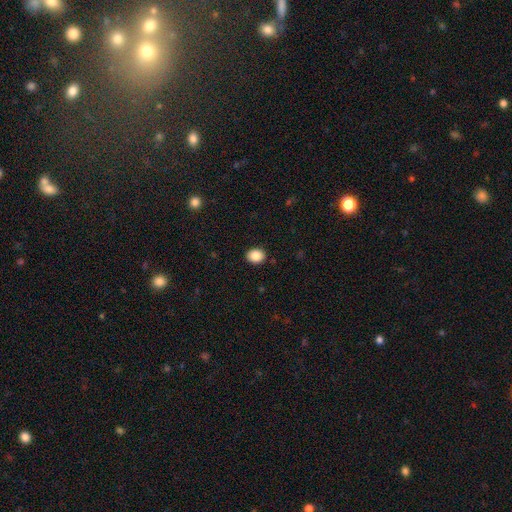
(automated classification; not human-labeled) Smooth or featured?
  - smooth: 88% *
  - star or artifact: 9%
  - featured or disk: 4%
How rounded?
  - round: 51% *
  - in between: 48%
  - cigar-shaped: 1%
Merging?
  - none: 90% *
  - minor disturbance: 7%
  - major disturbance: 2%
  - merger: 1%